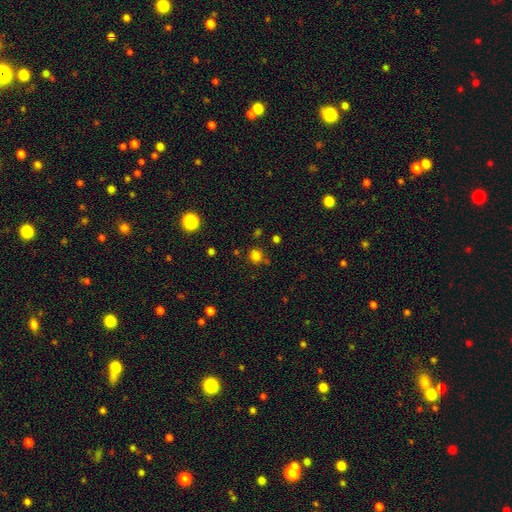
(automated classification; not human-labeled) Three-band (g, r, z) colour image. It shows a smooth galaxy with no disk features (78%) that is round (86%). Merging: none (79%).